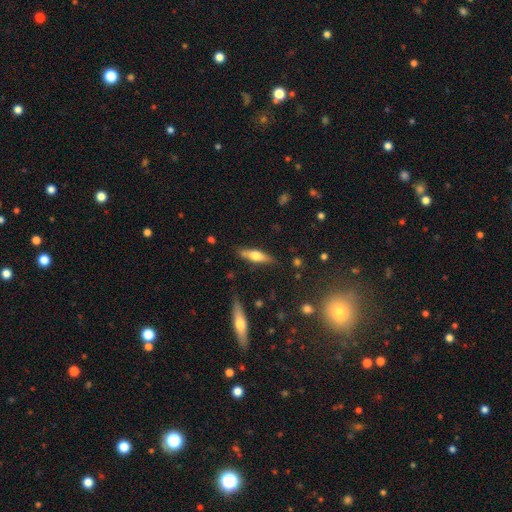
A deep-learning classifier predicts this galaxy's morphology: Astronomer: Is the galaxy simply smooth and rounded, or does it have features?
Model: smooth — 49% (runner-up: featured or disk, 45%).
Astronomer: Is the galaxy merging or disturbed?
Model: none — 80%.